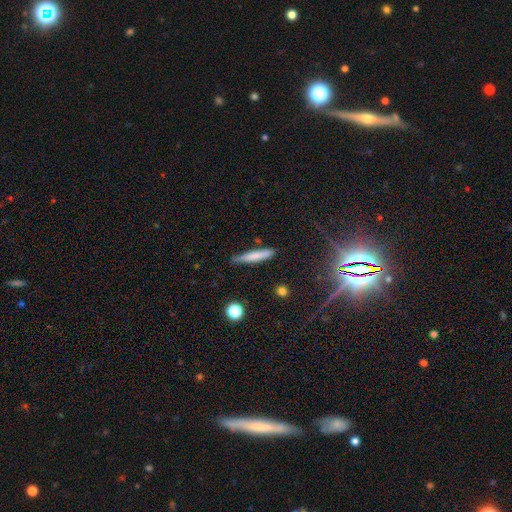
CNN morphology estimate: smooth-or-featured: smooth: 71% | featured or disk: 22% | star or artifact: 7%
  how-rounded: cigar-shaped: 92% | in between: 7% | round: 2%
  merging: none: 77% | minor disturbance: 17% | major disturbance: 3% | merger: 3%